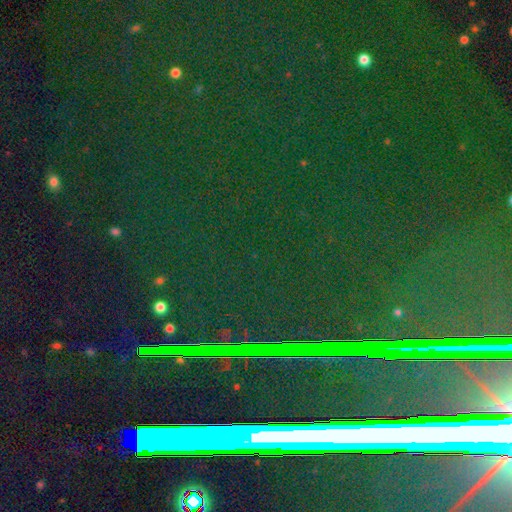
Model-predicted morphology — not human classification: Smooth or featured? star or artifact (82%)